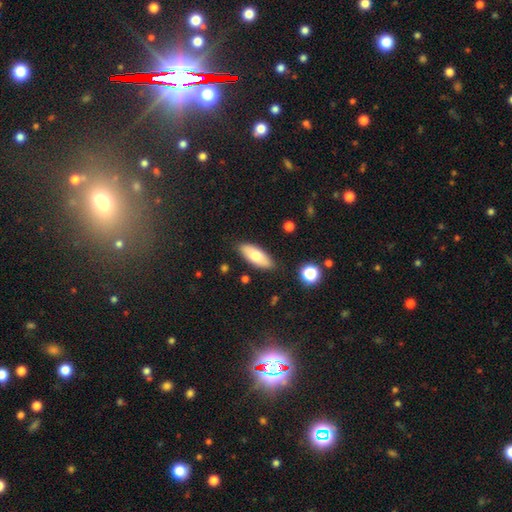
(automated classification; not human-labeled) This is likely a smooth galaxy (72%). How rounded: likely in between (79%). Merging: clearly none (85%).